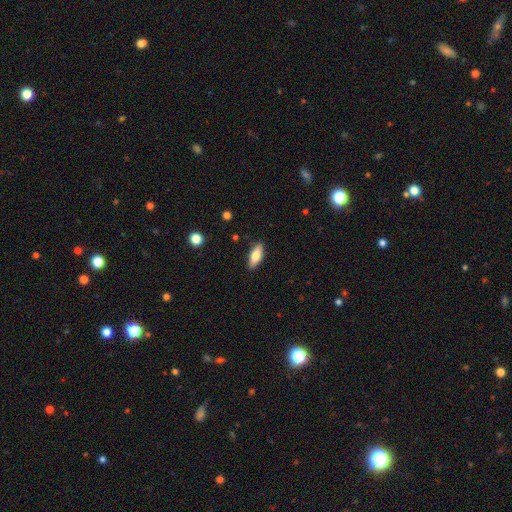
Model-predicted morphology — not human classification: Smooth or featured? Predicted: smooth (p=0.70). How rounded? Predicted: in between (p=0.70). Merging? Predicted: none (p=0.88).